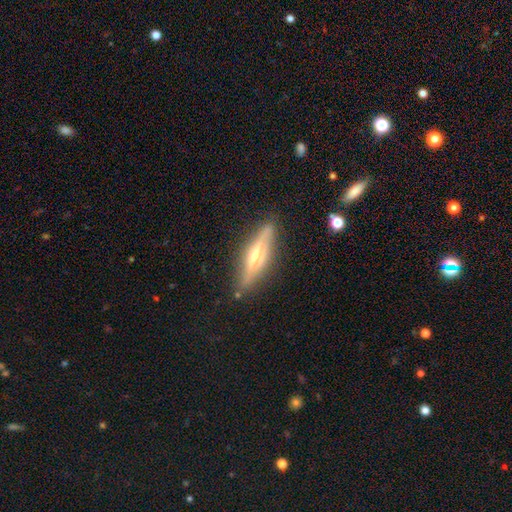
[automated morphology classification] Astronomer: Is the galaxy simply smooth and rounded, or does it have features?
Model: featured or disk — 72%.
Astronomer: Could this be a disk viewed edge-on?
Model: yes — 94%.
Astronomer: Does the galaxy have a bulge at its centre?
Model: rounded — 87%.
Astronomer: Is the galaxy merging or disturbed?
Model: none — 86%.